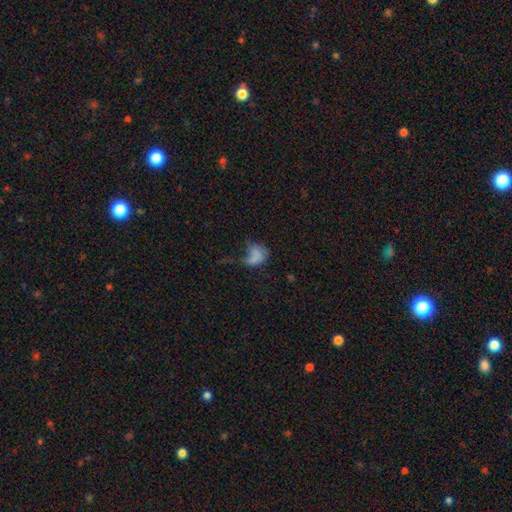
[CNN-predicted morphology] smooth 63%, featured or disk 23%, star or artifact 14%. Down the decision tree: how rounded — in between (75%); merging — major disturbance (50%).